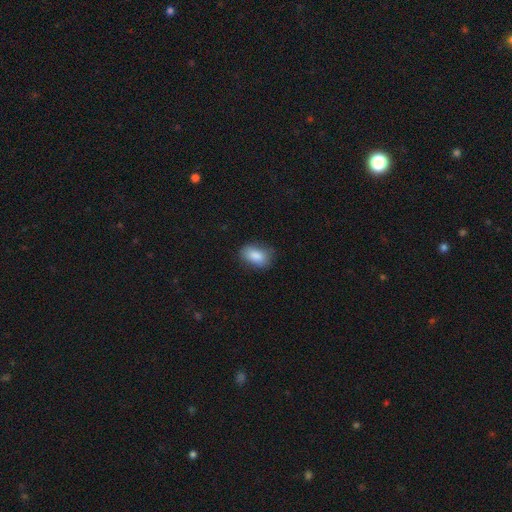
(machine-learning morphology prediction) Overall: smooth (86%). How rounded: in between (87%). Merging: none (76%).